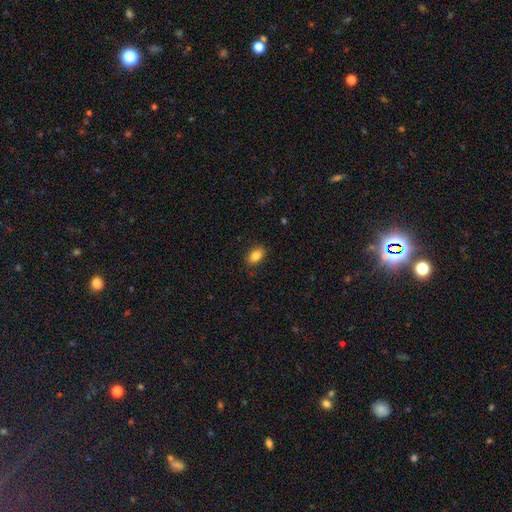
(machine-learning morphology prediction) The model was most divided on "how rounded": in between: 86%, round: 12%, cigar-shaped: 2%. More confident: merging — none (87%); smooth or featured — smooth (85%).